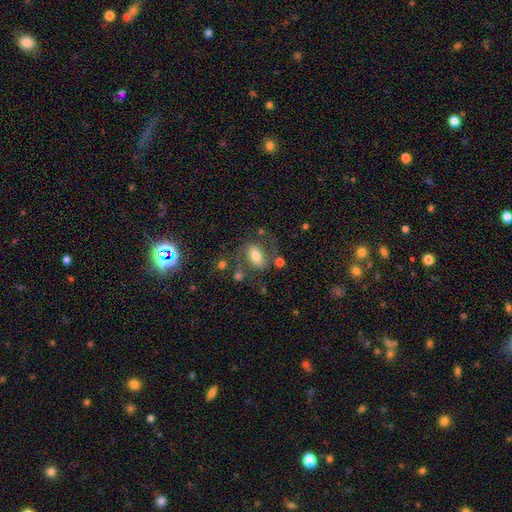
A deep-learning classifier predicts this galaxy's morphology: A smooth galaxy with no disk features (49%). Merging: none (57%).